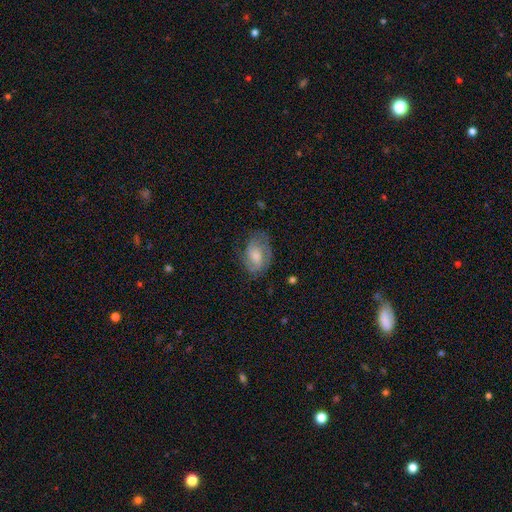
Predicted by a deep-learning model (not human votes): featured or disk 59%, smooth 33%, star or artifact 8%. Down the decision tree: edge-on disk — no (97%); bar — no (62%); spiral arms — yes (85%); bulge size — moderate (45%); merging — none (64%).